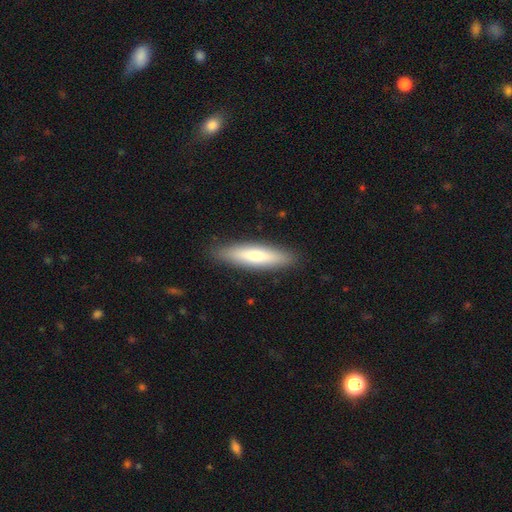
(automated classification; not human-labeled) smooth 69%, featured or disk 26%, star or artifact 5%. Down the decision tree: how rounded — cigar-shaped (77%); merging — none (89%).